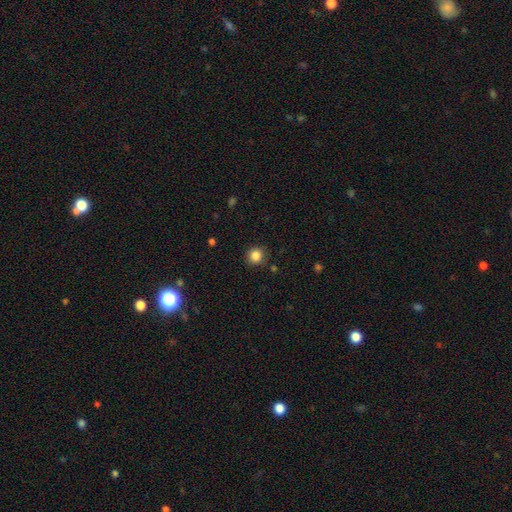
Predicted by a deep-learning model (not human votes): A smooth galaxy with no disk features (84%) that is round (92%). Merging: none (90%).